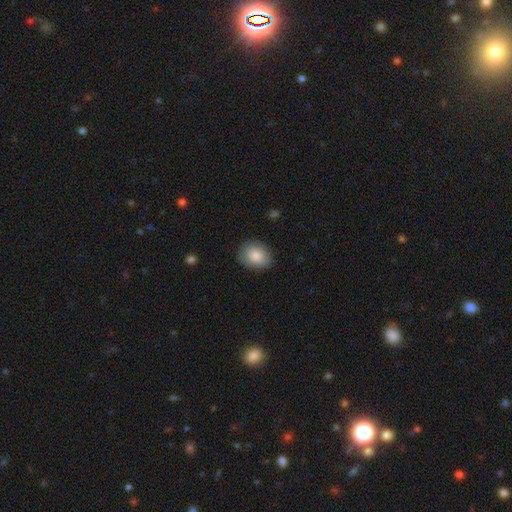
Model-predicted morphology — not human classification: The model was most divided on "how rounded": in between: 58%, round: 41%, cigar-shaped: 1%. More confident: smooth or featured — smooth (84%); merging — none (83%).